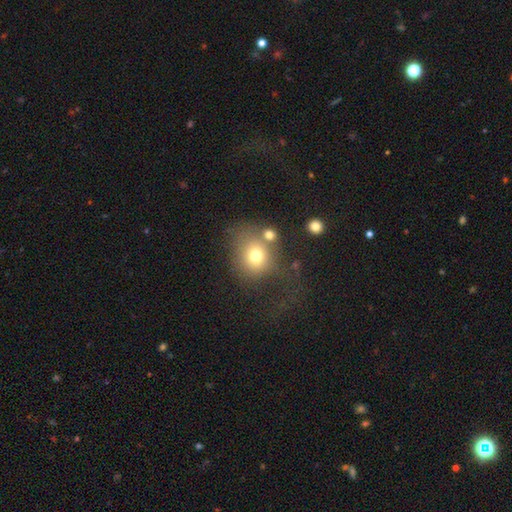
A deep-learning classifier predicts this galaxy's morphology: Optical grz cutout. It shows a smooth galaxy with no disk features (72%) that is round (74%). Merging: none (50%).